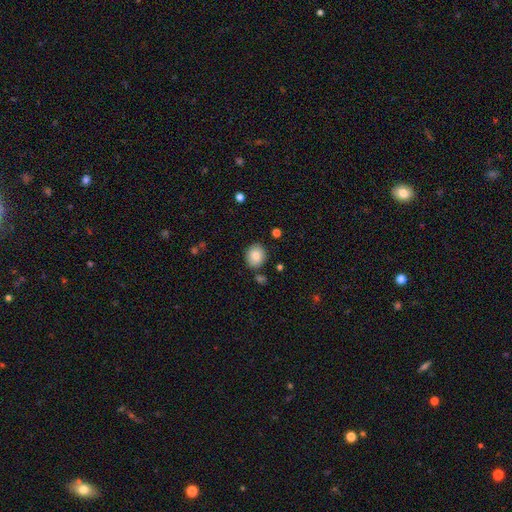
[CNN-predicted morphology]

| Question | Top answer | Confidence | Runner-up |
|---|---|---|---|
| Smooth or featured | smooth | 83% | star or artifact (8%) |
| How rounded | round | 70% | in between (29%) |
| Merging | none | 83% | minor disturbance (10%) |